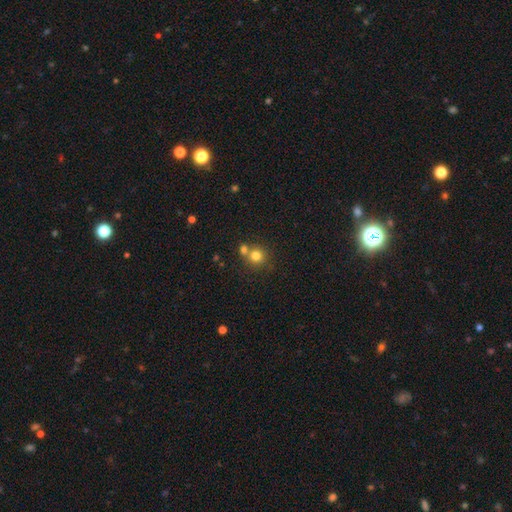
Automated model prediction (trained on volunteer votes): This appears to be a smooth galaxy with no disk features (78%) that is round (90%). Merging: none (57%).